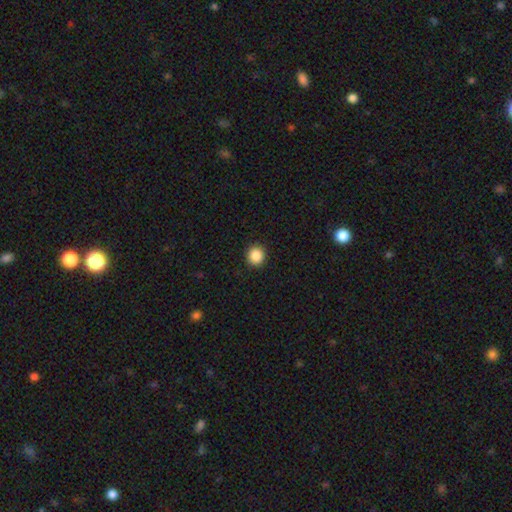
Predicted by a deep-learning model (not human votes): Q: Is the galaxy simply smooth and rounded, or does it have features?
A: smooth — 87%.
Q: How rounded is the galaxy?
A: round — 91%.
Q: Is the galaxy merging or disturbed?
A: none — 92%.